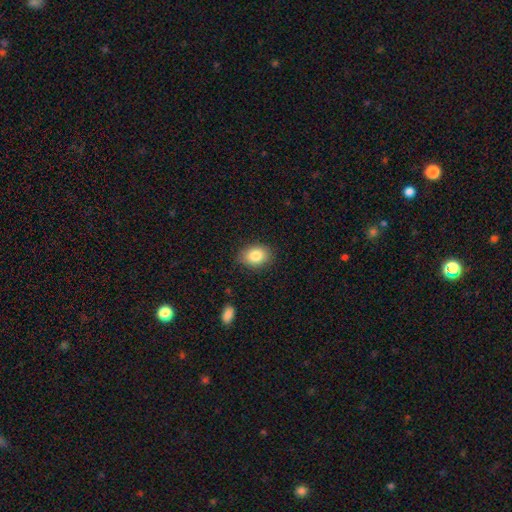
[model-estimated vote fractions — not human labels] Overall: smooth (84%). How rounded: in between (72%). Merging: none (84%).